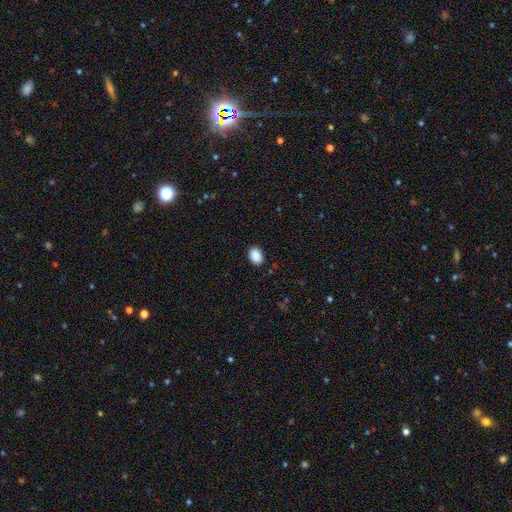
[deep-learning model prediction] This appears to be a smooth galaxy with no disk features (90%) that is in between round and cigar-shaped (79%). Merging: none (89%).